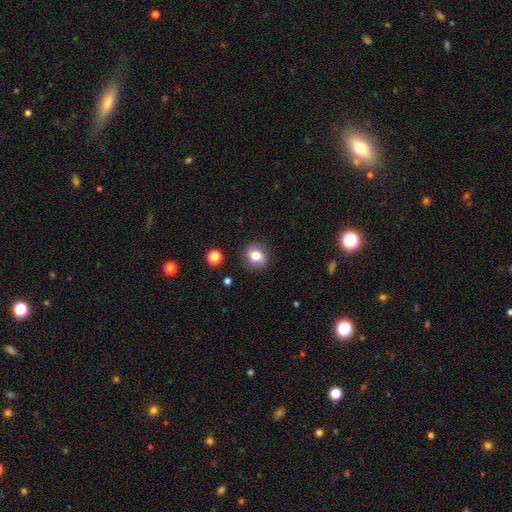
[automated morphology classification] A smooth galaxy with no disk features (79%) that is round (72%). Merging: none (87%).